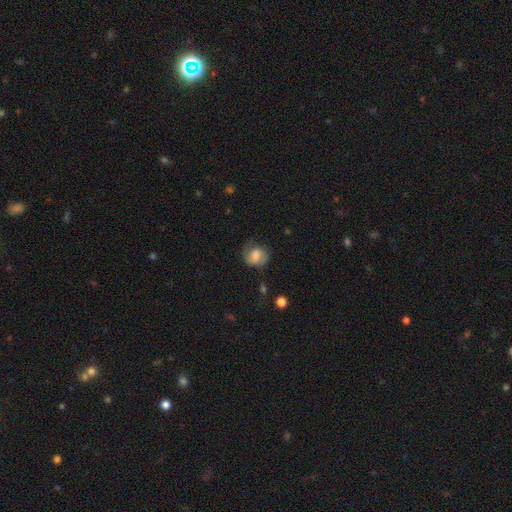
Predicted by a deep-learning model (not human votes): Smooth or featured: featured or disk — 47% (smooth — 45%)
Merging: none — 60% (minor disturbance — 24%)